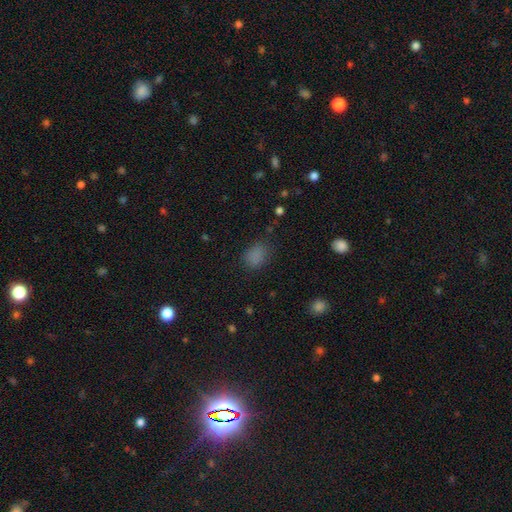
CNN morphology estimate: Smooth or featured? smooth (80%)
How rounded? in between (68%)
Merging? none (73%)